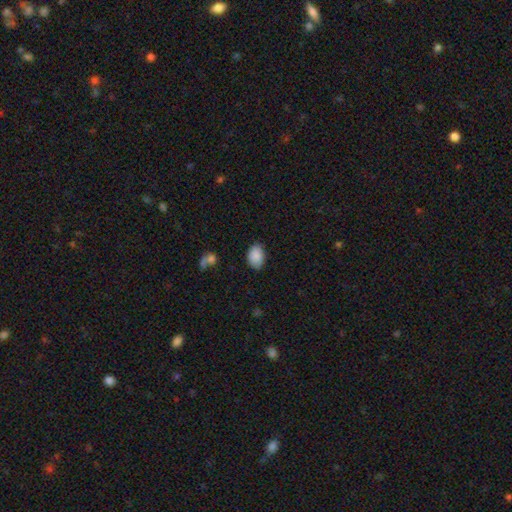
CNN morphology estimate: A smooth galaxy with no disk features (88%) that is in between round and cigar-shaped (85%).

Vote fractions:
- Smooth or featured? smooth: 88% / star or artifact: 7% / featured or disk: 5%
- How rounded? in between: 85% / round: 14% / cigar-shaped: 1%
- Merging? none: 78% / minor disturbance: 17% / major disturbance: 3% / merger: 2%